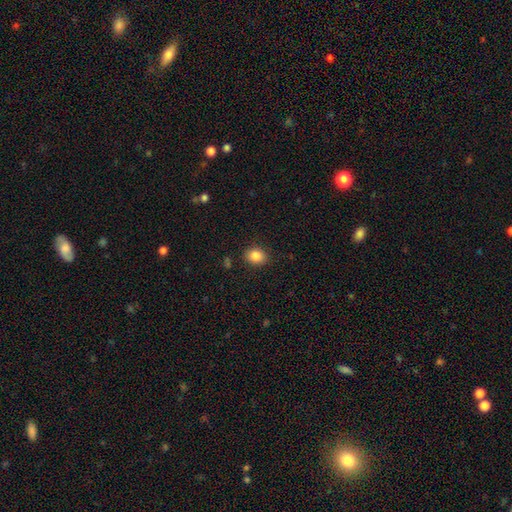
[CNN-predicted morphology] Smooth or featured: smooth — 86% (star or artifact — 9%)
How rounded: in between — 51% (round — 48%)
Merging: none — 86% (minor disturbance — 10%)